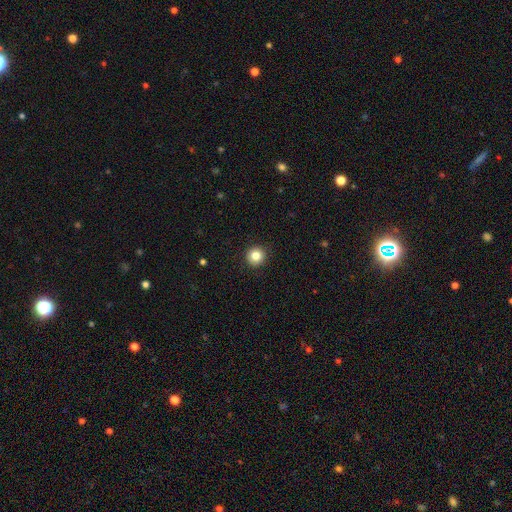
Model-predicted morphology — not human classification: A smooth galaxy with no disk features (83%) that is round (95%). Merging: none (92%).